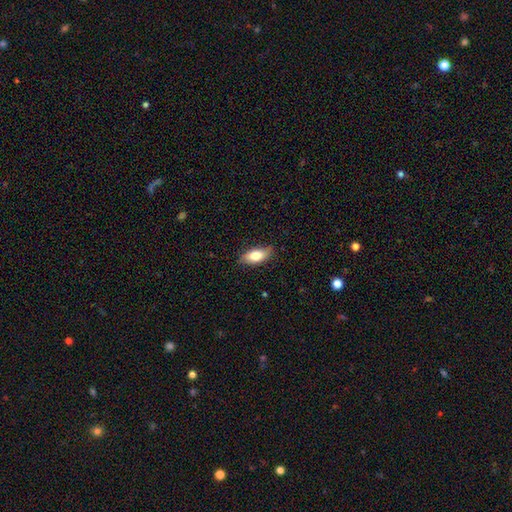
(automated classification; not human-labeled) Smooth or featured? smooth (78%)
How rounded? in between (86%)
Merging? none (81%)